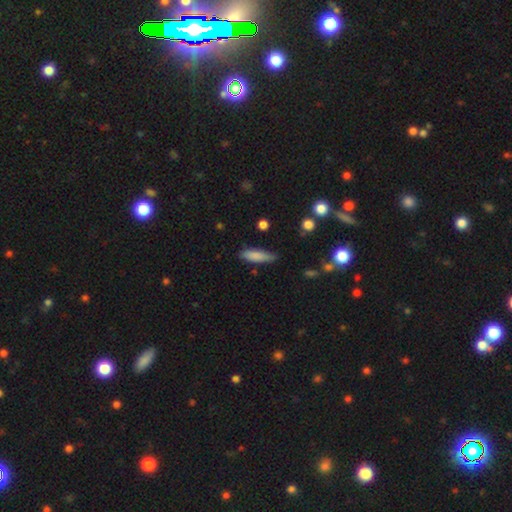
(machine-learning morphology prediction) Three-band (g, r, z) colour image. It shows a smooth galaxy with no disk features (82%) that is cigar-shaped (58%). Merging: none (72%).